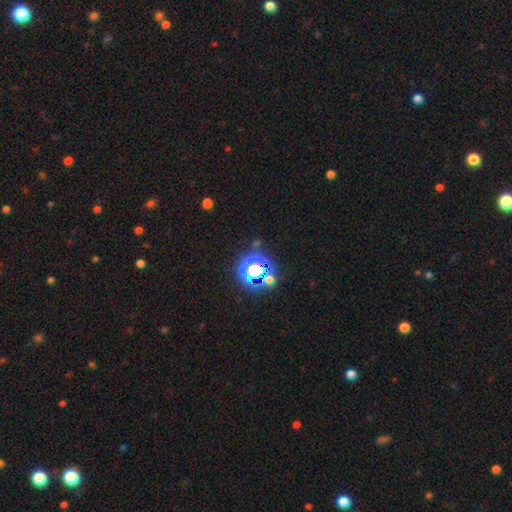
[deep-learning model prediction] star or artifact 80%, smooth 14%, featured or disk 6%.